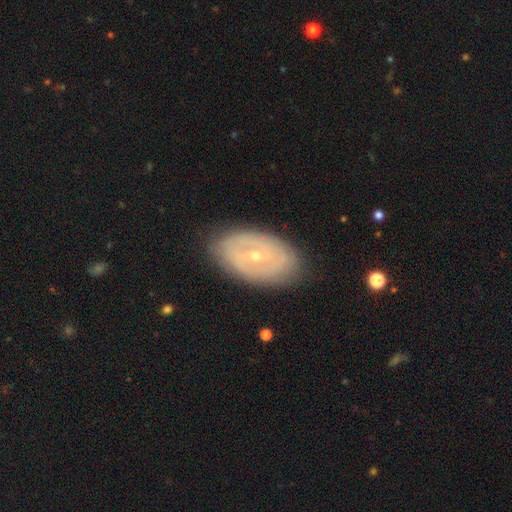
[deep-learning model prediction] Smooth or featured? Predicted: featured or disk (p=0.73). Edge-on disk? Predicted: no (p=0.94). Bar? Predicted: no (p=0.50). Spiral arms? Predicted: yes (p=0.67). Bulge size? Predicted: small (p=0.75). Merging? Predicted: none (p=0.82).